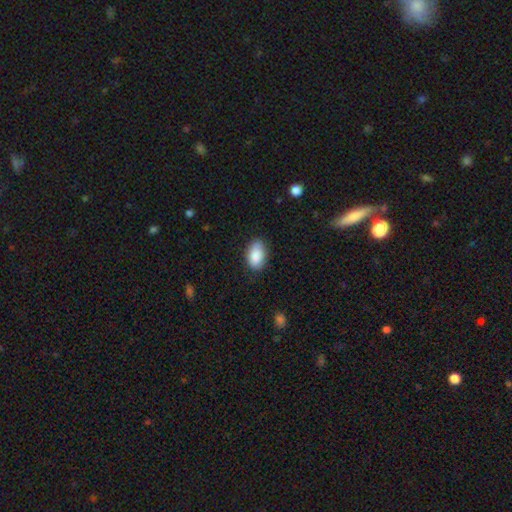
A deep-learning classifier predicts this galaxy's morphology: smooth 89%, star or artifact 7%, featured or disk 5%. Down the decision tree: how rounded — in between (92%); merging — none (80%).